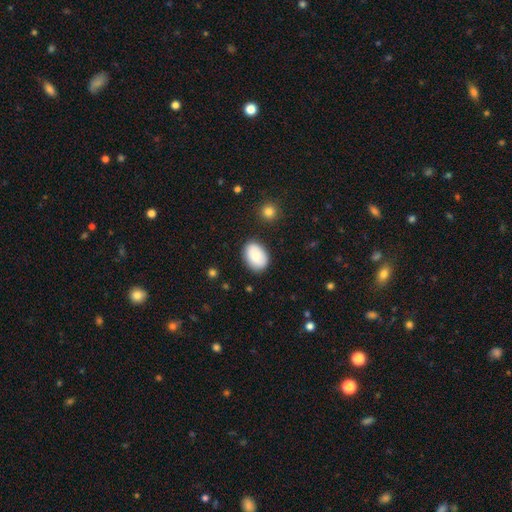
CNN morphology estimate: smooth 81%, featured or disk 13%, star or artifact 7%. Down the decision tree: how rounded — in between (83%); merging — none (83%).